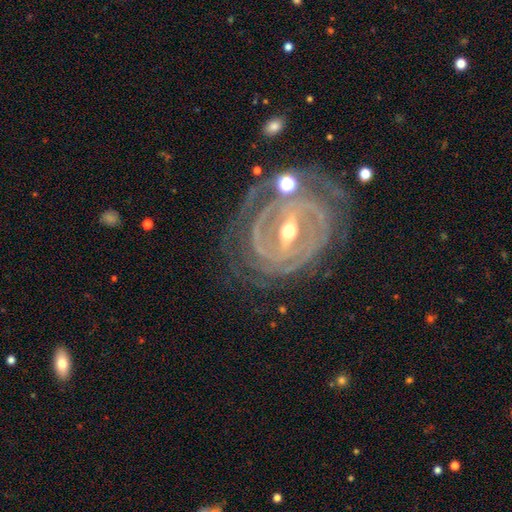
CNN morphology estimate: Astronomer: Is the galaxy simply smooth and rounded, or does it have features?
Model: featured or disk — 90%.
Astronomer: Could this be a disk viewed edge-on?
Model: no — 95%.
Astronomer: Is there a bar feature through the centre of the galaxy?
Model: strong — 61%.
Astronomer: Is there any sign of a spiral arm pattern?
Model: yes — 95%.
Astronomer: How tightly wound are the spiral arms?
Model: tight — 78%.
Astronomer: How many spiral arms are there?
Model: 2 — 27% (runner-up: can't tell, 25%).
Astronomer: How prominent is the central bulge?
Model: moderate — 59% (runner-up: small, 37%).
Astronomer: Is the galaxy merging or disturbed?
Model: none — 68%.